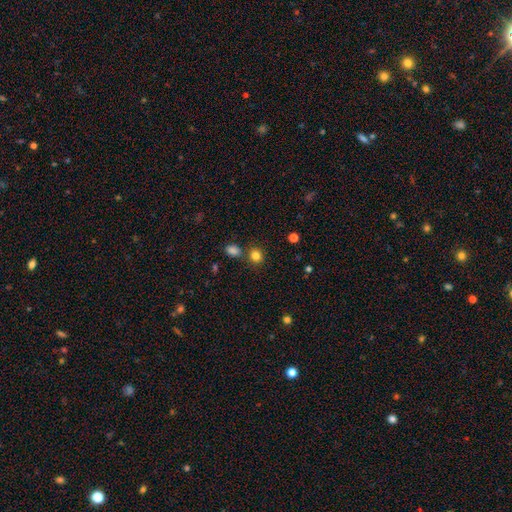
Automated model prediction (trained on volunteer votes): A smooth galaxy with no disk features (83%) that is round (76%). Merging: none (76%).